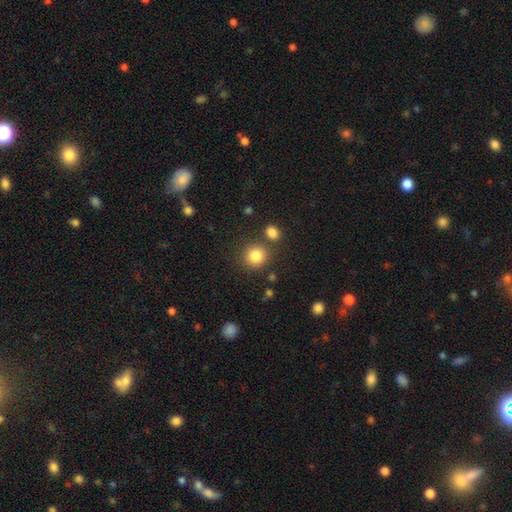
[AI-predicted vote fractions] smooth 84%, star or artifact 11%, featured or disk 6%. Down the decision tree: how rounded — round (89%); merging — none (79%).